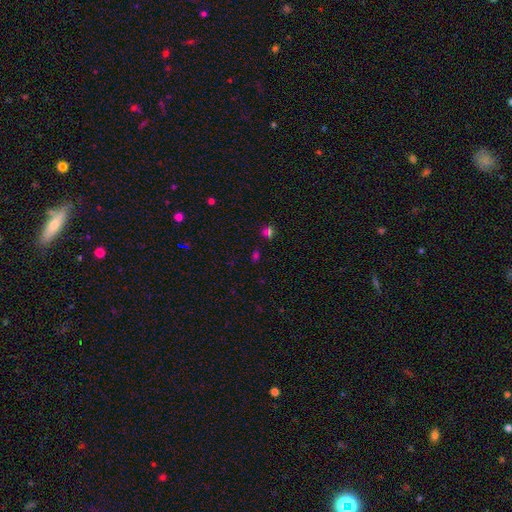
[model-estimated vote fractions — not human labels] Overall: smooth (50%; star or artifact 42%). How rounded: in between (59%; round 37%). Merging: none (72%).